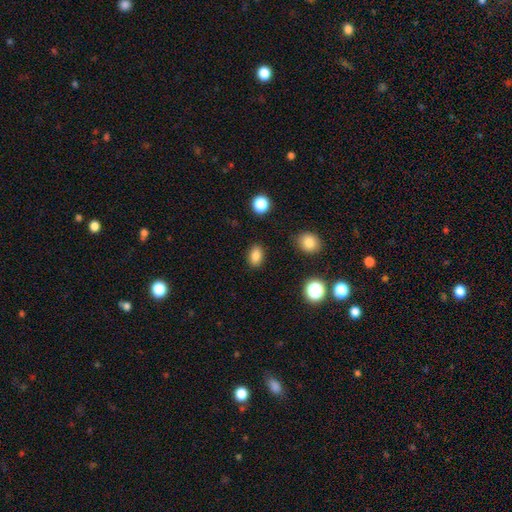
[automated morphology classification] type=smooth (84%); roundness=in between (80%); merging=none (87%).